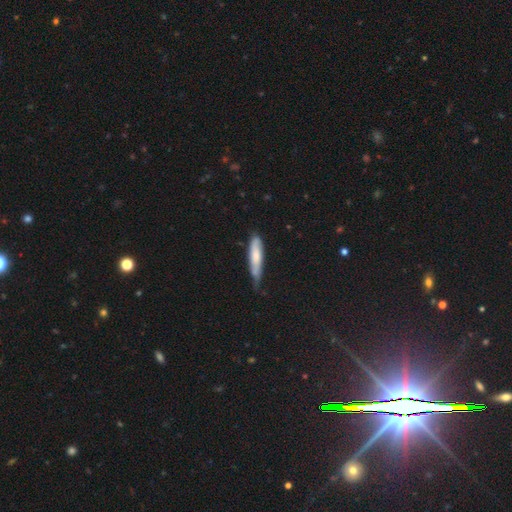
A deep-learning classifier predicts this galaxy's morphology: smooth-or-featured: smooth: 67% | featured or disk: 28% | star or artifact: 5%
  how-rounded: cigar-shaped: 75% | in between: 23% | round: 1%
  merging: none: 47% | minor disturbance: 43% | major disturbance: 8% | merger: 3%